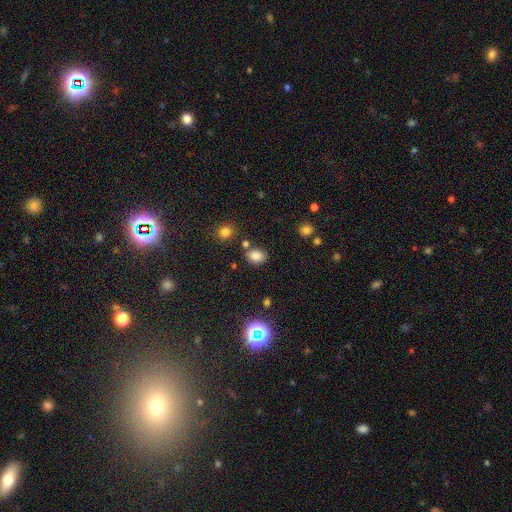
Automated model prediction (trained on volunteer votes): Overall: smooth (80%). How rounded: in between (56%; round 43%). Merging: none (73%).